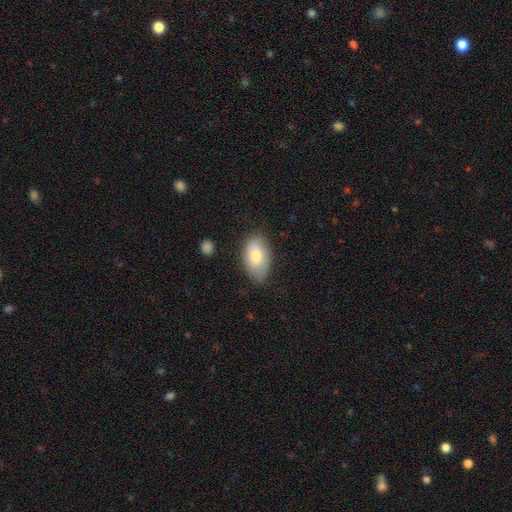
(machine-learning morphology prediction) Smooth or featured? smooth (74%)
How rounded? in between (93%)
Merging? none (67%)